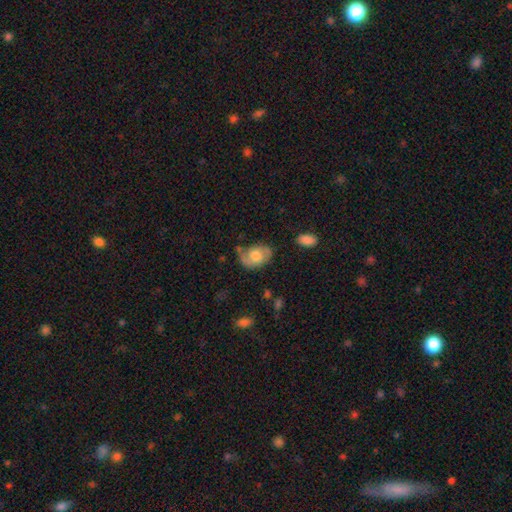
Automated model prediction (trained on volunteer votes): Smooth or featured? featured or disk (51%)
Edge-on disk? no (96%)
Merging? none (57%)